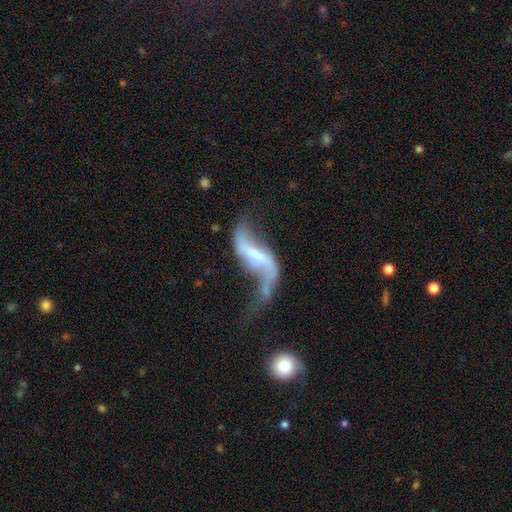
Overall: featured or disk (82%). Edge-on disk: no (97%). Bar: weak (35%, tied with no). Spiral arms: yes (77%). Spiral arm count: 2 (75%). Spiral winding: loose (92%). Bulge size: none (48%; small 35%). Merging: major disturbance (41%; none 30%).